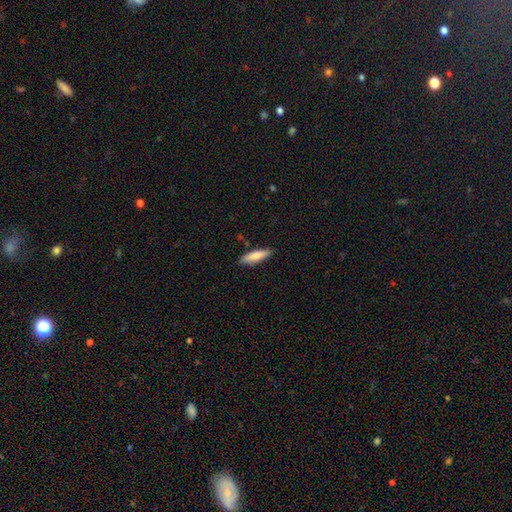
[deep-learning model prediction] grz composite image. It shows a smooth galaxy with no disk features (80%) that is cigar-shaped (66%). Merging: none (86%).